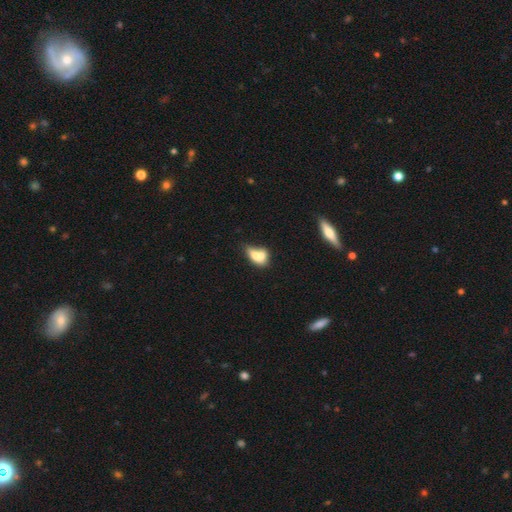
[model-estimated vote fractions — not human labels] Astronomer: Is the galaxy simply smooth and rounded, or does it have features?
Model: smooth — 66%.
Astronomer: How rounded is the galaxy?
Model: in between — 72%.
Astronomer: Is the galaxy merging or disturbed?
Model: merger — 56%.